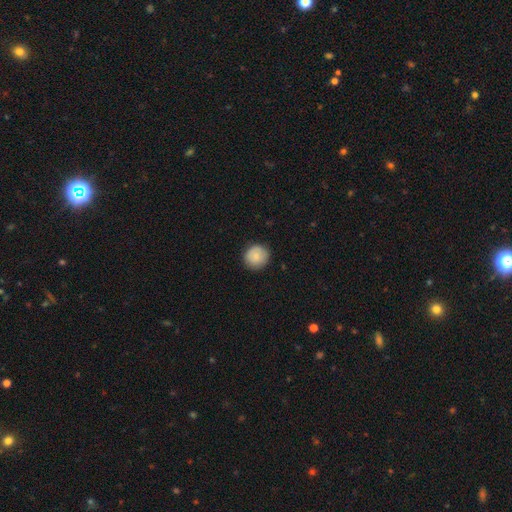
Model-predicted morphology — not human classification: Overall: smooth (81%). How rounded: round (92%). Merging: none (88%).